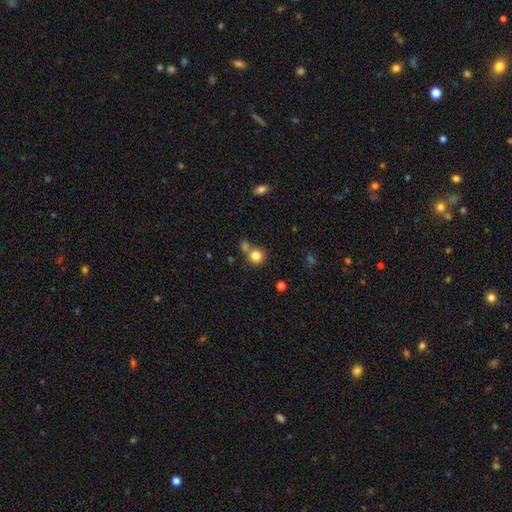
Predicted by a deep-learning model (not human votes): smooth_or_featured: smooth (p=0.82) [alt: star or artifact p=0.11]
how_rounded: round (p=0.90) [alt: in between p=0.09]
merging: none (p=0.59) [alt: merger p=0.29]